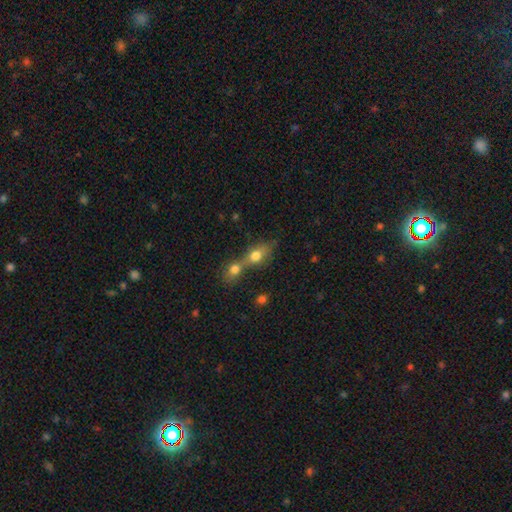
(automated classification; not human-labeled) Overall: smooth (72%). How rounded: in between (60%; round 32%). Merging: merger (67%).